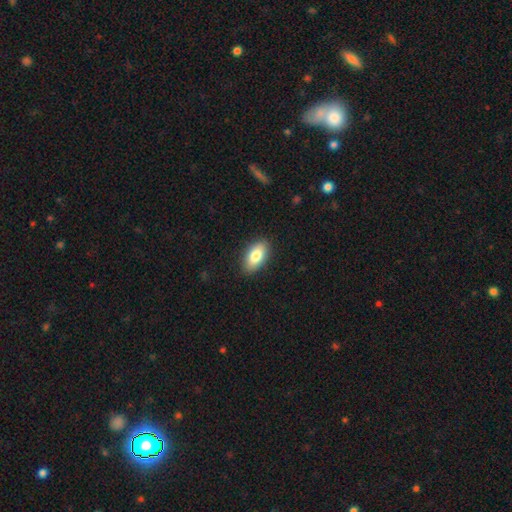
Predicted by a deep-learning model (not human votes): smooth-or-featured: smooth: 82% | featured or disk: 11% | star or artifact: 7%
  how-rounded: in between: 91% | cigar-shaped: 5% | round: 3%
  merging: none: 88% | minor disturbance: 9% | major disturbance: 2% | merger: 1%